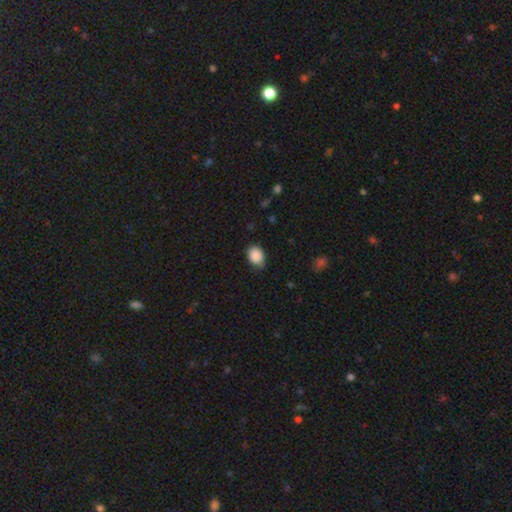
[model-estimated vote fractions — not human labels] Q: Smooth or featured?
A: smooth (88%); runner-up: star or artifact (8%)
Q: How rounded?
A: in between (67%); runner-up: round (32%)
Q: Merging?
A: none (71%); runner-up: minor disturbance (24%)